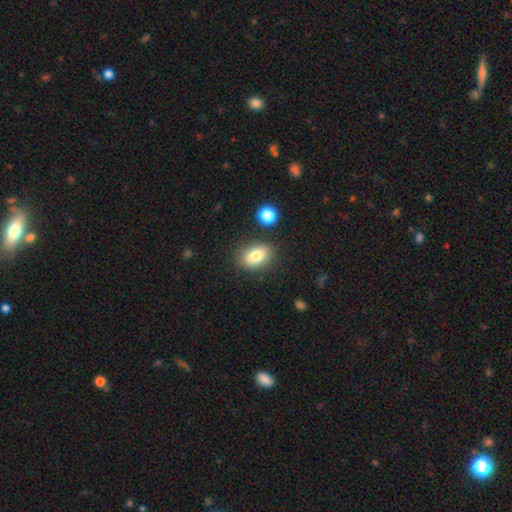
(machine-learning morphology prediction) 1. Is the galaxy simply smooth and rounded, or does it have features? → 82% smooth, 10% featured or disk, 9% star or artifact.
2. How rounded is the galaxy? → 85% in between, 12% round, 2% cigar-shaped.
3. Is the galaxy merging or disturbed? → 82% none, 11% minor disturbance, 4% merger, 3% major disturbance.